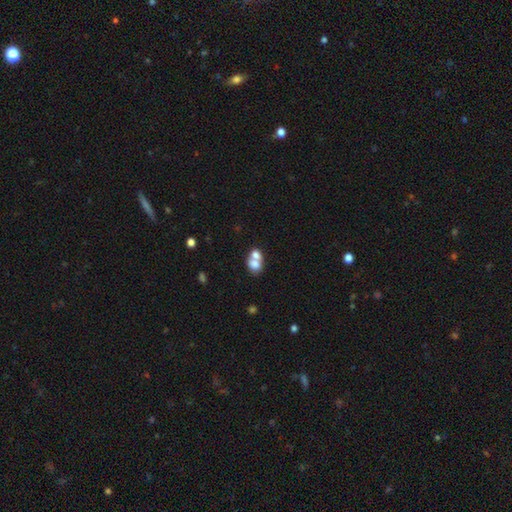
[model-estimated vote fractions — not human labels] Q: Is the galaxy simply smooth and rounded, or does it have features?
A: smooth — 71%.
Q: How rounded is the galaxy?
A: in between — 57%.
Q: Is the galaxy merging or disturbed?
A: merger — 65%.